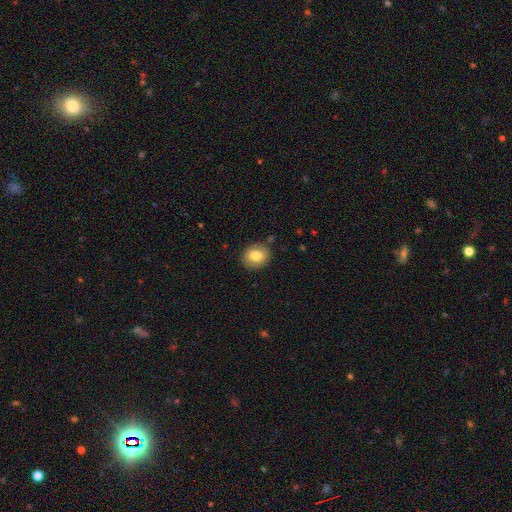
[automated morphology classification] This appears to be a smooth galaxy with no disk features (79%) that is round (67%). Merging: none (85%).